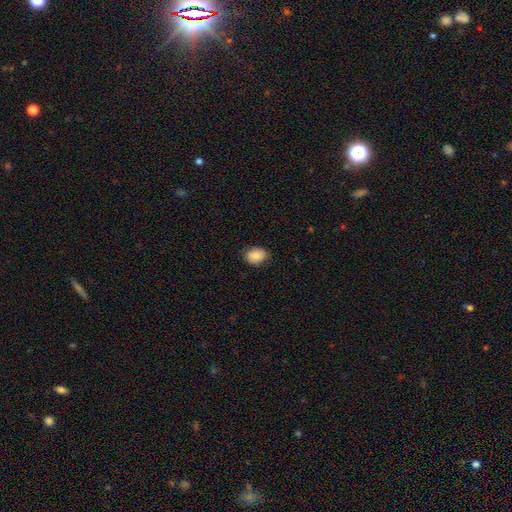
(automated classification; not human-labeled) Morphology: type=smooth (87%); roundness=in between (69%); merging=none (77%).